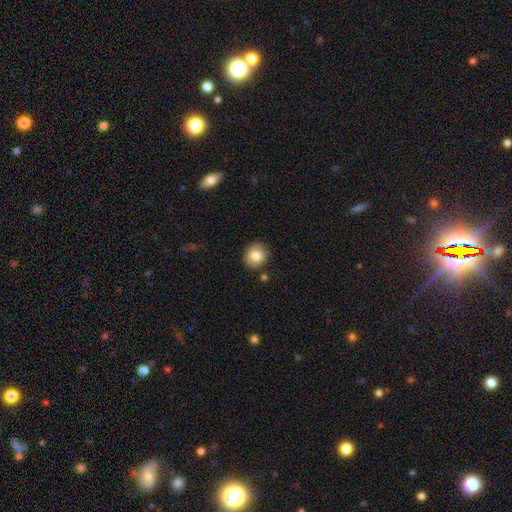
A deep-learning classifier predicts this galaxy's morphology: A smooth galaxy with no disk features (82%) that is round (89%). Merging: none (87%).